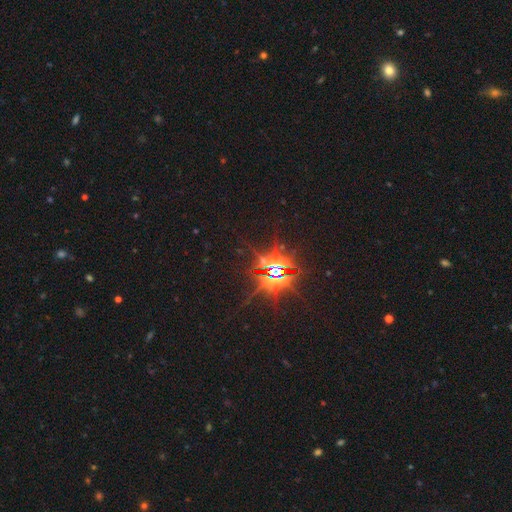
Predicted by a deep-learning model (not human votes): Morphology: type=star or artifact (87%).